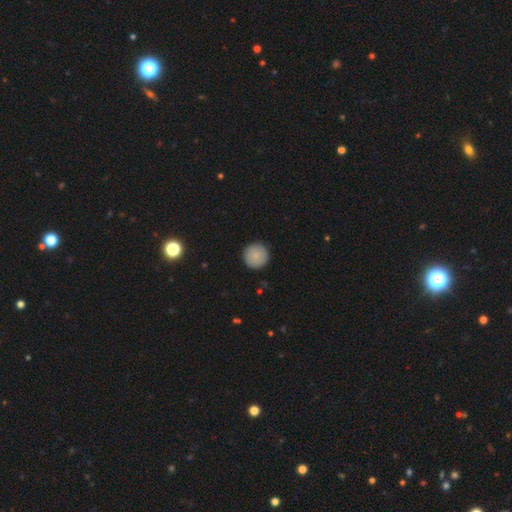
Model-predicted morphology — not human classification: type=smooth (86%); roundness=round (96%); merging=none (92%).